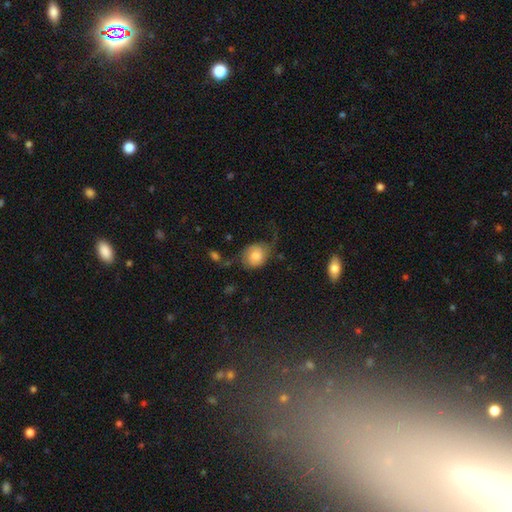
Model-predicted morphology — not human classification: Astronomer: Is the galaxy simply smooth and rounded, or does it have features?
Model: smooth — 57% (runner-up: featured or disk, 34%).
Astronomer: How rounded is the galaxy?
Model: round — 59% (runner-up: in between, 39%).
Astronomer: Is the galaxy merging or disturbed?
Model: none — 39% (runner-up: major disturbance, 31%).